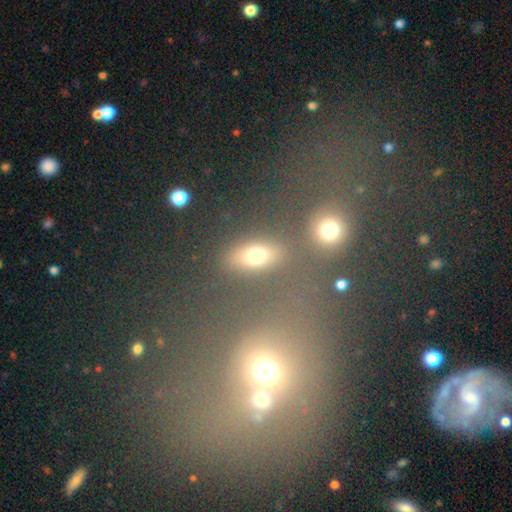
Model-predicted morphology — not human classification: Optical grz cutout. It shows a smooth galaxy with no disk features (67%) that is in between round and cigar-shaped (61%). Merging: none (78%).